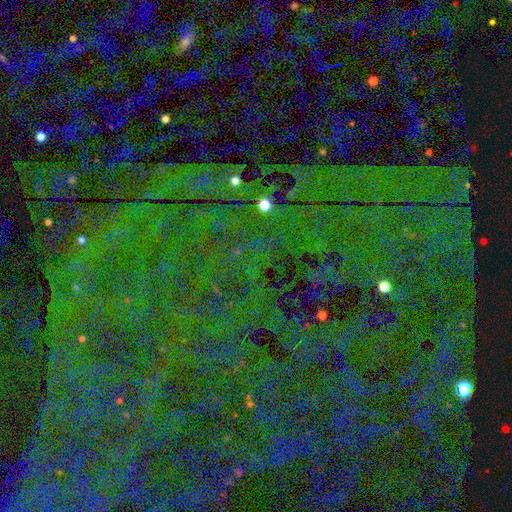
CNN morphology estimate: star or artifact 84%, smooth 9%, featured or disk 7%.